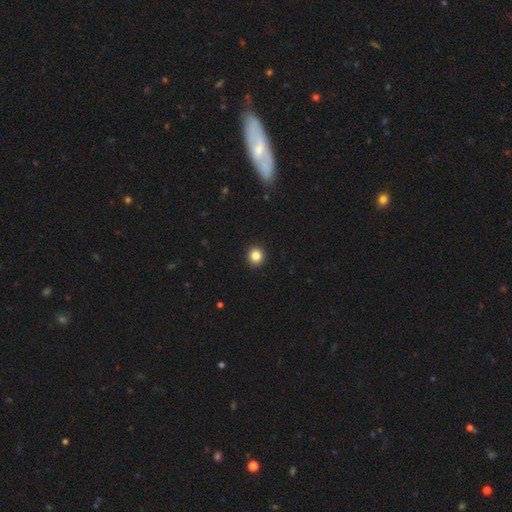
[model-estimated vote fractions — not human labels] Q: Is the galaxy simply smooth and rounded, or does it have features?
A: smooth — 84%.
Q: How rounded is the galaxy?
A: round — 93%.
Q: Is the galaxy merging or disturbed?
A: none — 93%.